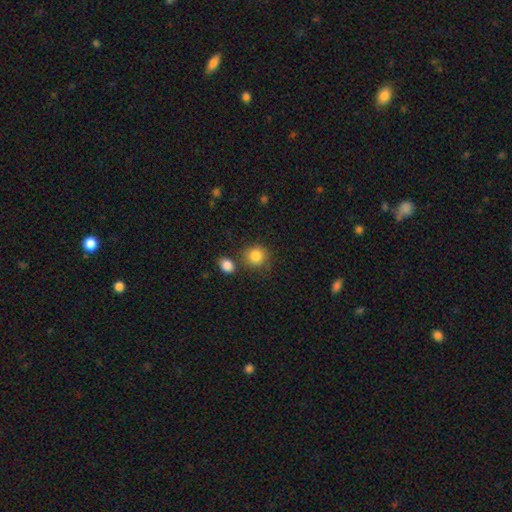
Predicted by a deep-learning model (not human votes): Smooth or featured? Predicted: smooth (p=0.85). How rounded? Predicted: round (p=0.87). Merging? Predicted: none (p=0.74).